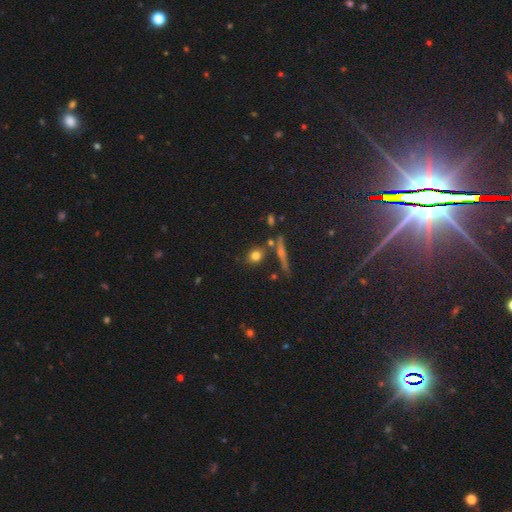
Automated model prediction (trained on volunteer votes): Smooth or featured?
  - smooth: 75% *
  - star or artifact: 13%
  - featured or disk: 12%
How rounded?
  - round: 72% *
  - in between: 22%
  - cigar-shaped: 6%
Merging?
  - none: 73% *
  - merger: 12%
  - minor disturbance: 11%
  - major disturbance: 4%